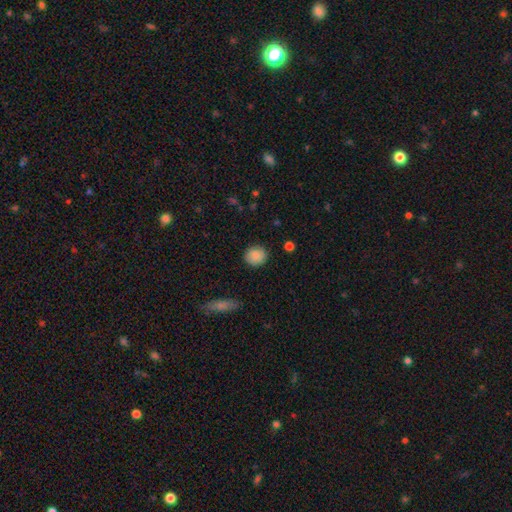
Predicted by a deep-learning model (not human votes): Morphology: type=smooth (87%); roundness=round (84%); merging=none (88%).